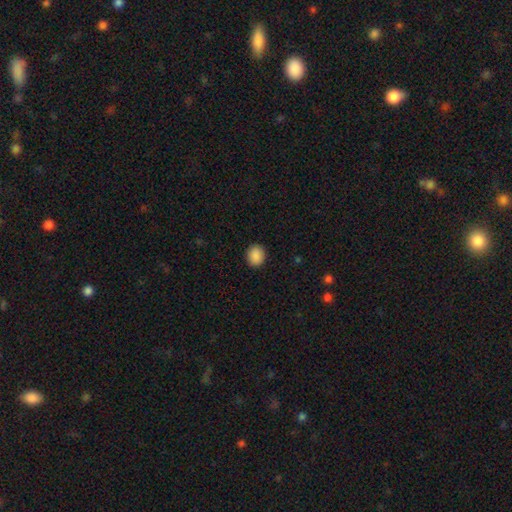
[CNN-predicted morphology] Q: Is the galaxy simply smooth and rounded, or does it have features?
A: smooth — 89%.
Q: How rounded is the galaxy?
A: round — 72%.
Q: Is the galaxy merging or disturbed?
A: none — 91%.